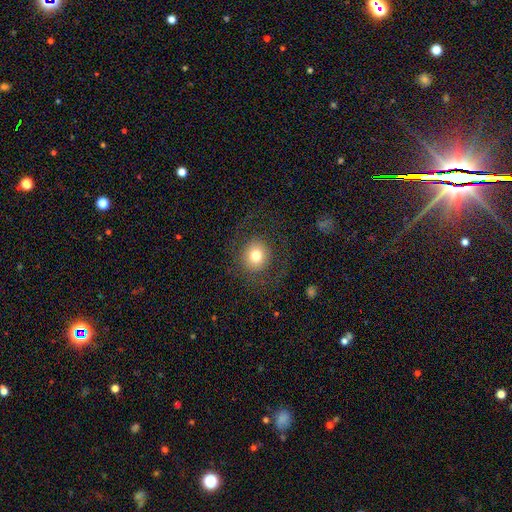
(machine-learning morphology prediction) Smooth or featured? smooth (70%)
How rounded? round (90%)
Merging? none (78%)